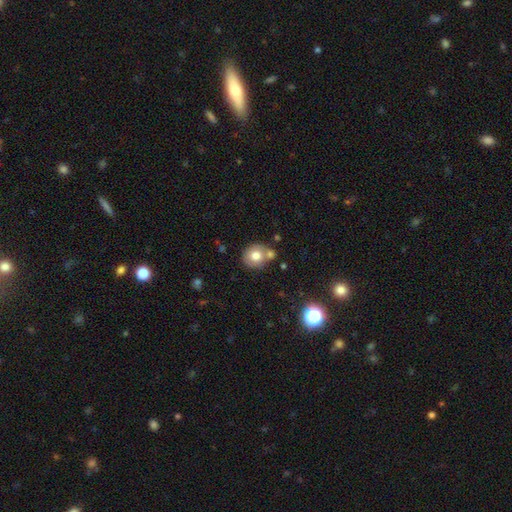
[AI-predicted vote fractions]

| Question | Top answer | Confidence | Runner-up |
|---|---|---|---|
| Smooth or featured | smooth | 75% | featured or disk (15%) |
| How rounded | round | 82% | in between (17%) |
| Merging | none | 60% | merger (24%) |